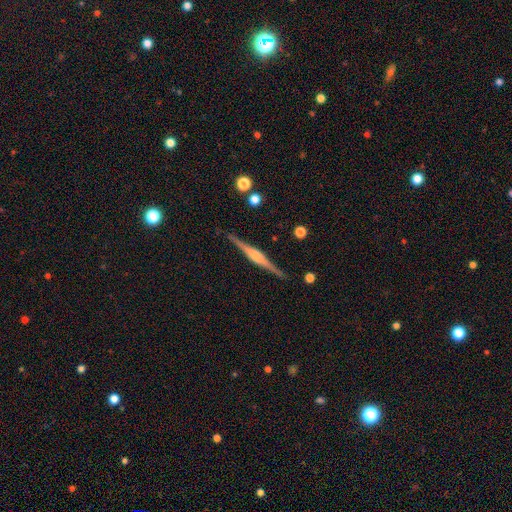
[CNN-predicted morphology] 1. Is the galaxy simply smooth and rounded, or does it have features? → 84% featured or disk, 11% smooth, 5% star or artifact.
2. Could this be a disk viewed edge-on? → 98% yes, 2% no.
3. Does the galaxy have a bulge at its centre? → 70% rounded, 25% boxy, 6% none.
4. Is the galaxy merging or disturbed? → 90% none, 7% minor disturbance, 2% major disturbance, 1% merger.